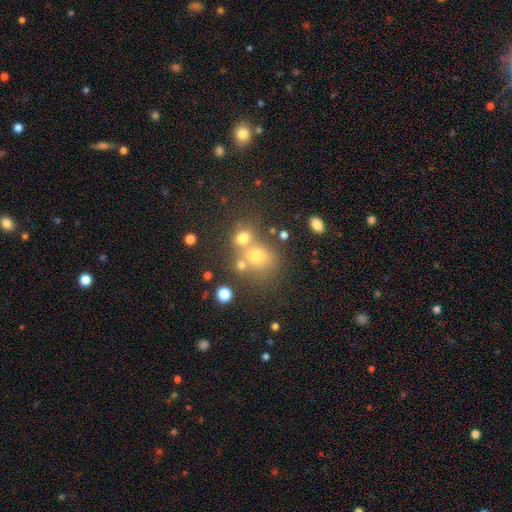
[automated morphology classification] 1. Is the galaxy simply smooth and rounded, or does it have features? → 65% smooth, 19% star or artifact, 15% featured or disk.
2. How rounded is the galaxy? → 68% round, 30% in between, 1% cigar-shaped.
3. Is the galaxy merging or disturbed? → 45% merger, 41% none, 9% minor disturbance, 5% major disturbance.